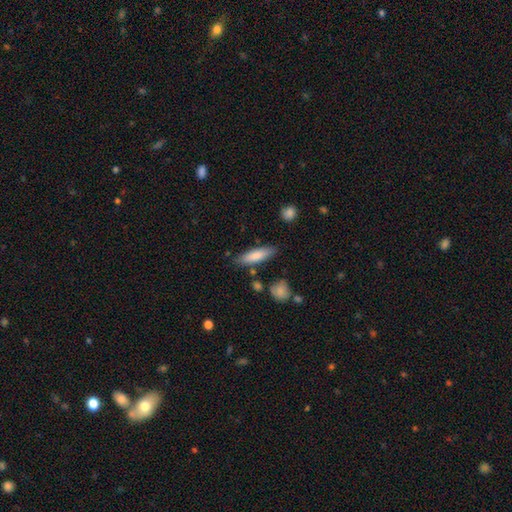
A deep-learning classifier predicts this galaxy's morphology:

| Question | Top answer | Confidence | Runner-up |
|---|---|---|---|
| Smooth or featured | smooth | 79% | featured or disk (15%) |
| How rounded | cigar-shaped | 59% | in between (39%) |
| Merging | none | 80% | minor disturbance (13%) |